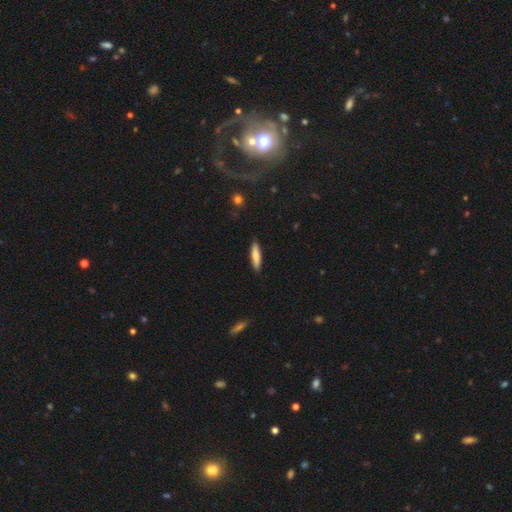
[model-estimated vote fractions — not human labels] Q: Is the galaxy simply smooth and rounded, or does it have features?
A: smooth — 77%.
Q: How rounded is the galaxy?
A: cigar-shaped — 77%.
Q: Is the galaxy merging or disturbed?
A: none — 89%.